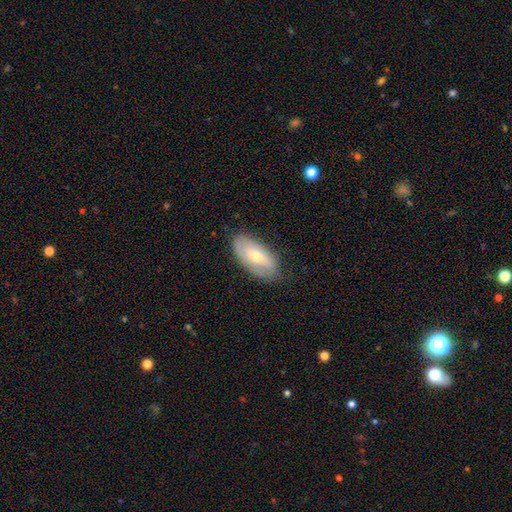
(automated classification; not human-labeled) Smooth or featured?
  - smooth: 52% *
  - featured or disk: 41%
  - star or artifact: 6%
How rounded?
  - in between: 91% *
  - cigar-shaped: 6%
  - round: 3%
Merging?
  - none: 76% *
  - minor disturbance: 19%
  - major disturbance: 4%
  - merger: 1%